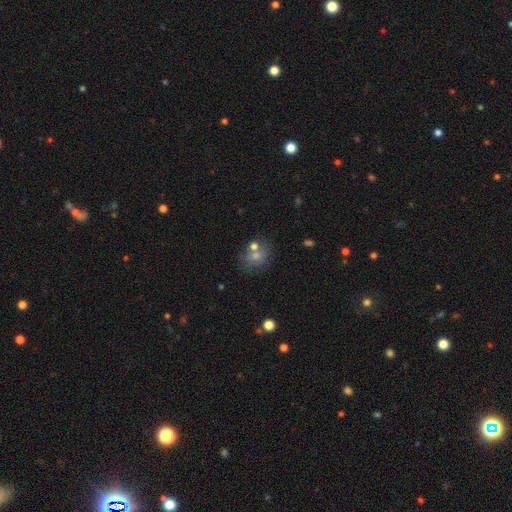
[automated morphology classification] This appears to be a smooth galaxy with no disk features (55%) that is round (69%). Merging: none (67%).